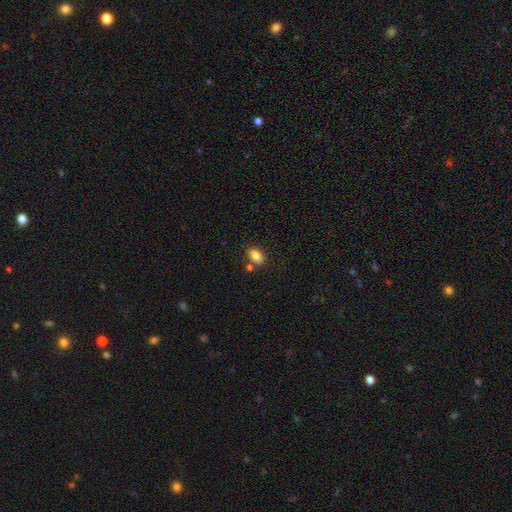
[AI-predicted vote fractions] This is clearly a smooth galaxy (85%). How rounded: clearly in between (84%). Merging: likely none (67%).